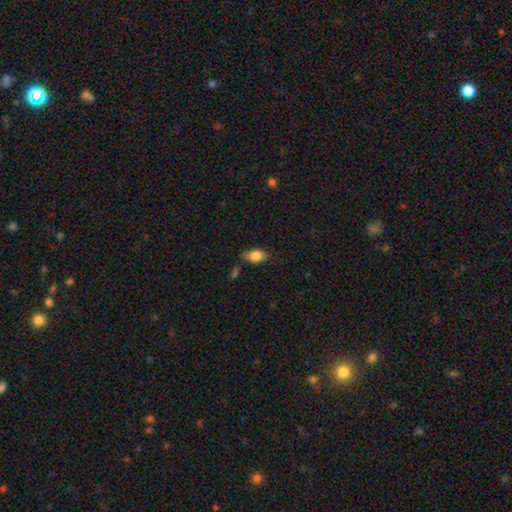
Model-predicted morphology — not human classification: type=smooth (79%); roundness=in between (85%); merging=none (71%).